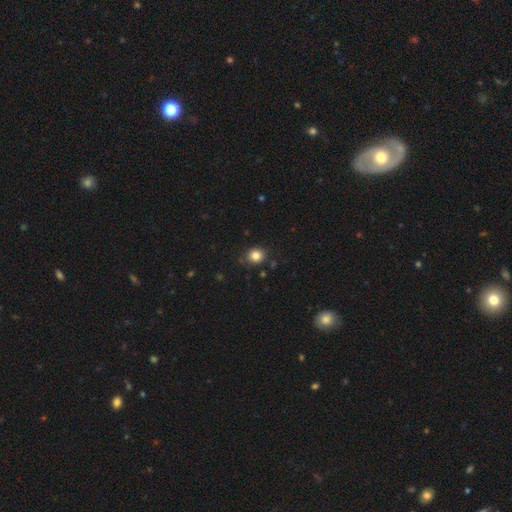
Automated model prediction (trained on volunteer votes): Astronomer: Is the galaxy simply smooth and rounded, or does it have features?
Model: smooth — 83%.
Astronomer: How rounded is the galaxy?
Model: round — 82%.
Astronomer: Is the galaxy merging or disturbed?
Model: none — 86%.